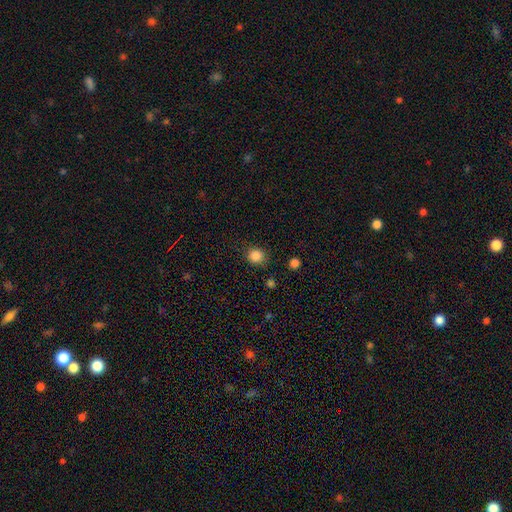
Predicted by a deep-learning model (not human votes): Q: Smooth or featured?
A: smooth (85%); runner-up: star or artifact (11%)
Q: How rounded?
A: round (83%); runner-up: in between (16%)
Q: Merging?
A: none (83%); runner-up: minor disturbance (12%)